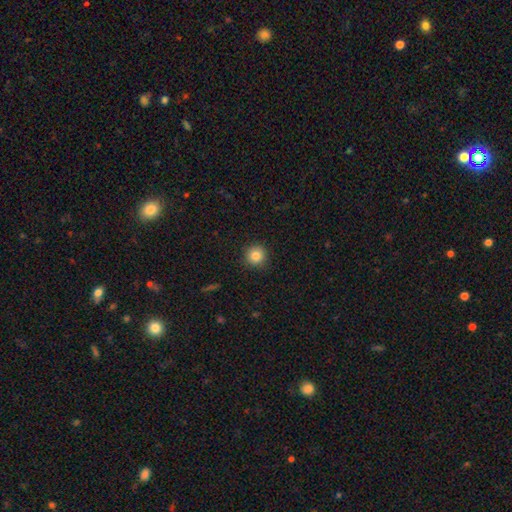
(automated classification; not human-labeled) A smooth galaxy with no disk features (83%) that is round (94%). Merging: none (91%).